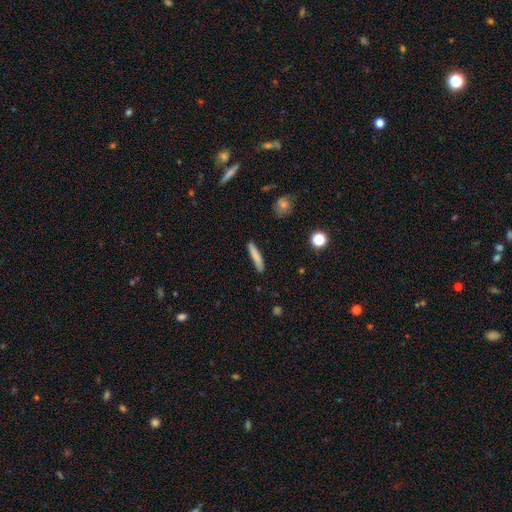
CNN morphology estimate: The model was most divided on "smooth or featured": smooth: 81%, featured or disk: 12%, star or artifact: 7%. More confident: how rounded — cigar-shaped (91%); merging — none (86%).